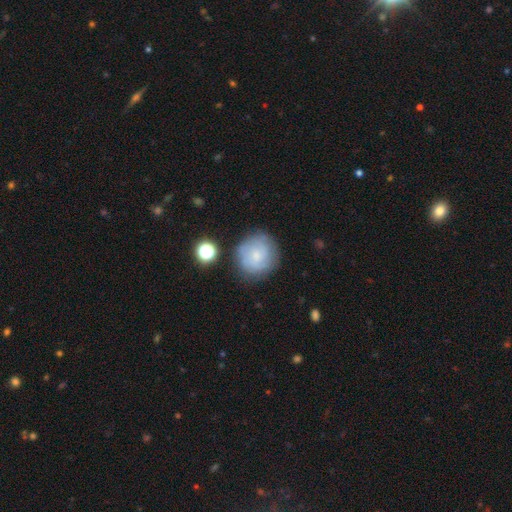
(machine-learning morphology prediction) smooth_or_featured: smooth (p=0.48) [alt: featured or disk p=0.43]
merging: none (p=0.75) [alt: minor disturbance p=0.16]